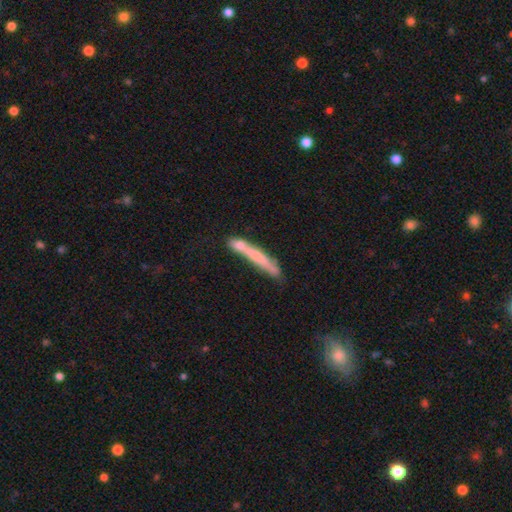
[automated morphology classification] Smooth or featured?
  - smooth: 57% *
  - featured or disk: 36%
  - star or artifact: 7%
How rounded?
  - cigar-shaped: 94% *
  - in between: 4%
  - round: 2%
Merging?
  - none: 53% *
  - merger: 21%
  - minor disturbance: 19%
  - major disturbance: 8%